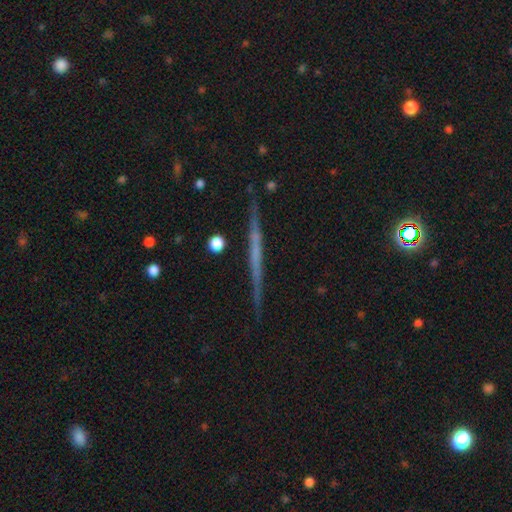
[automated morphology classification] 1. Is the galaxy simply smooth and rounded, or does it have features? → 63% featured or disk, 28% smooth, 9% star or artifact.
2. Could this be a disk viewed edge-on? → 97% yes, 3% no.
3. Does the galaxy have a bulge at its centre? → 83% none, 10% rounded, 6% boxy.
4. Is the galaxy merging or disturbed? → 87% none, 9% minor disturbance, 2% major disturbance, 2% merger.